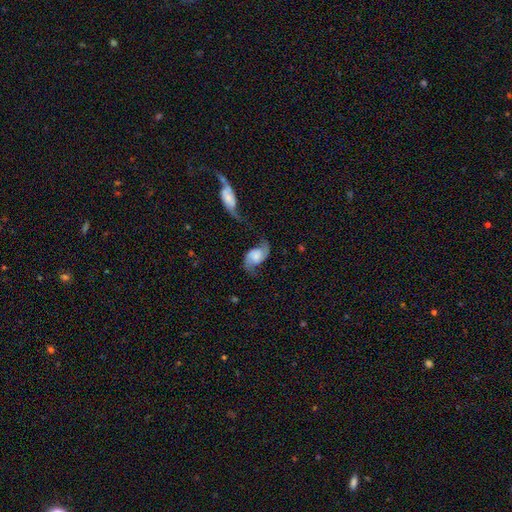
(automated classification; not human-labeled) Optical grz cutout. It shows a featured or disk galaxy (77%) with no bar (59%), 2 (91%) loose (57%) spiral arms (95%) and no central bulge (30%). Merging: none (53%).